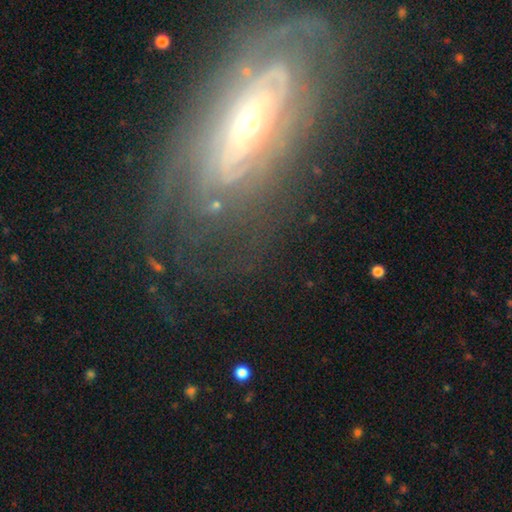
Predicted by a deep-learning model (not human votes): Smooth or featured: featured or disk — 81% (smooth — 10%)
Edge-on disk: no — 87% (yes — 13%)
Bar: no — 61% (weak — 23%)
Spiral arms: yes — 83% (no — 17%)
Spiral winding: tight — 73% (medium — 20%)
Spiral arm count: can't tell — 53% (2 — 15%)
Bulge size: small — 60% (moderate — 33%)
Merging: none — 70% (minor disturbance — 16%)